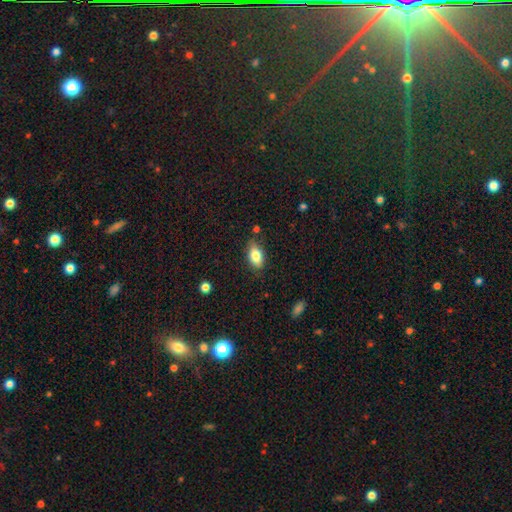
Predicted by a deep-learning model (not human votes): smooth-or-featured: smooth: 79% | featured or disk: 13% | star or artifact: 8%
  how-rounded: in between: 89% | round: 6% | cigar-shaped: 5%
  merging: none: 78% | minor disturbance: 16% | major disturbance: 3% | merger: 3%